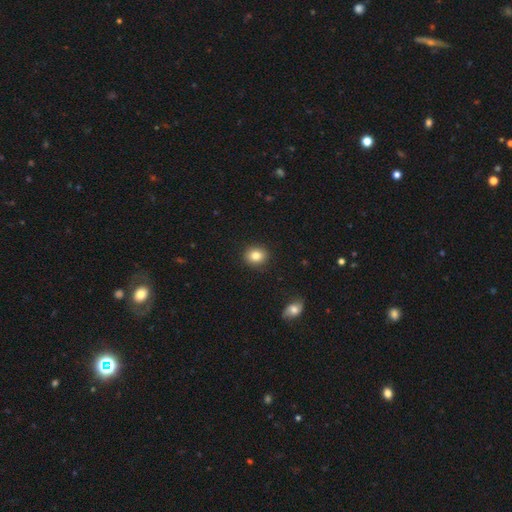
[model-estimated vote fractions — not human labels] Smooth or featured: smooth — 83% (star or artifact — 10%)
How rounded: round — 75% (in between — 24%)
Merging: none — 91% (minor disturbance — 6%)